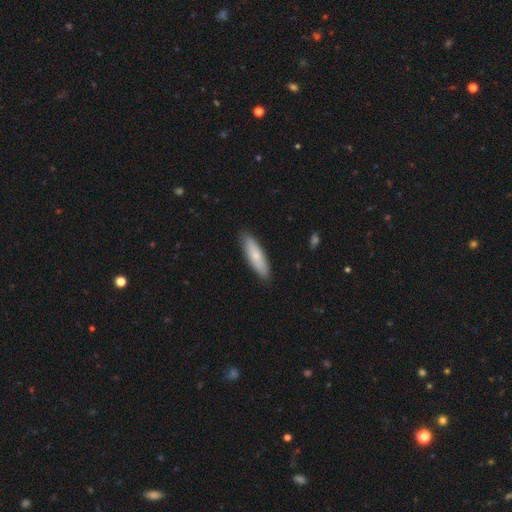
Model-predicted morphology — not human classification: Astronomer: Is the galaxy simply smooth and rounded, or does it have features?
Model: smooth — 74%.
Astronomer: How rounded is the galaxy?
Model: cigar-shaped — 64%.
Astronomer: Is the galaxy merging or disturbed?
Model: none — 88%.